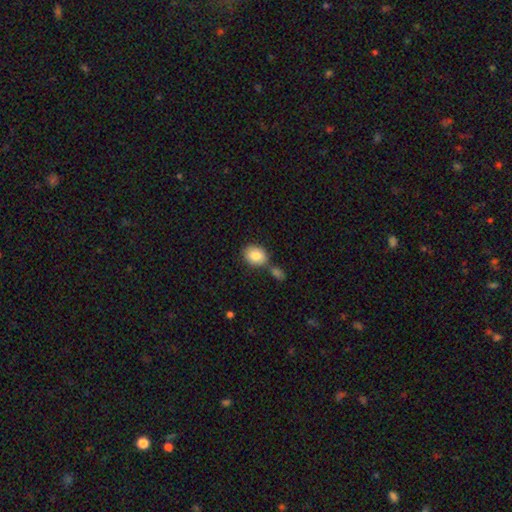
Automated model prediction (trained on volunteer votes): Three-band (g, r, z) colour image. It shows a smooth galaxy with no disk features (83%) that is round (50%). Merging: none (65%).